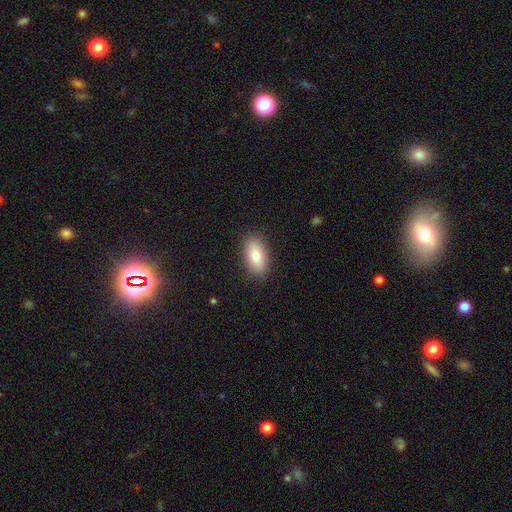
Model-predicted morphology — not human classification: smooth_or_featured: smooth (p=0.83) [alt: featured or disk p=0.11]
how_rounded: in between (p=0.91) [alt: cigar-shaped p=0.06]
merging: none (p=0.88) [alt: minor disturbance p=0.09]